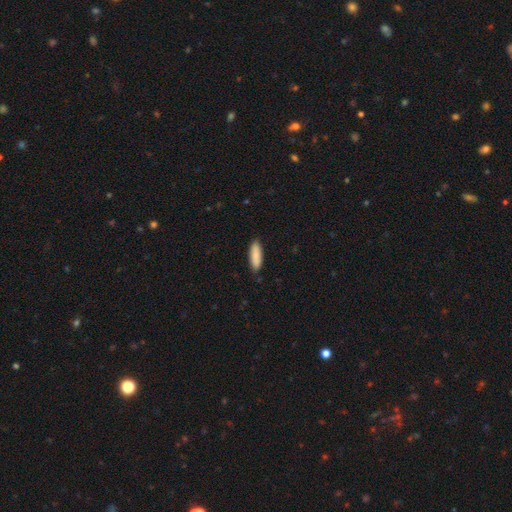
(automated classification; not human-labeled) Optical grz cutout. It shows a smooth galaxy with no disk features (88%) that is in between round and cigar-shaped (55%). Merging: none (87%).